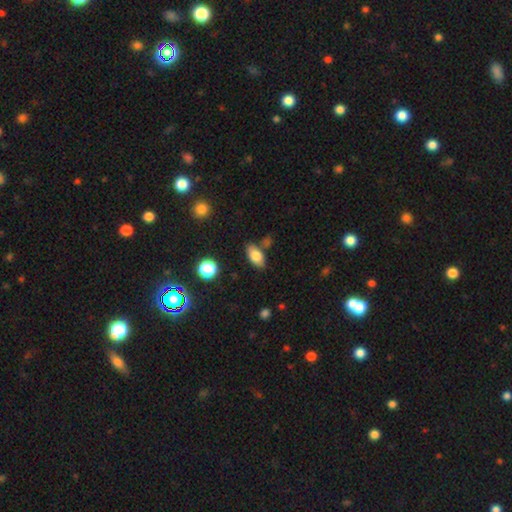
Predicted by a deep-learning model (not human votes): The model was most divided on "smooth or featured": smooth: 76%, featured or disk: 15%, star or artifact: 8%. More confident: how rounded — in between (88%); merging — none (75%).